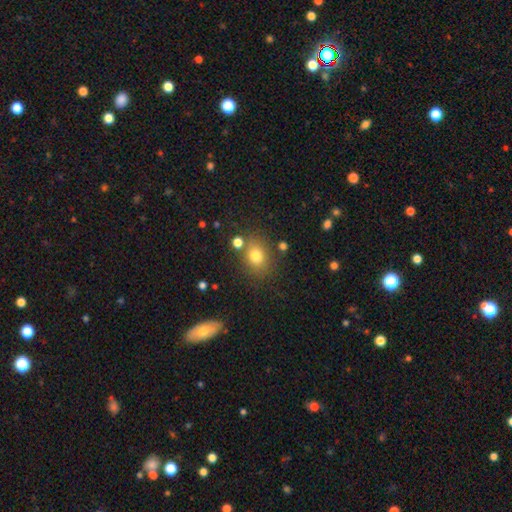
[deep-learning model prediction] Q: Smooth or featured?
A: smooth (77%); runner-up: star or artifact (13%)
Q: How rounded?
A: round (54%); runner-up: in between (45%)
Q: Merging?
A: none (75%); runner-up: minor disturbance (13%)